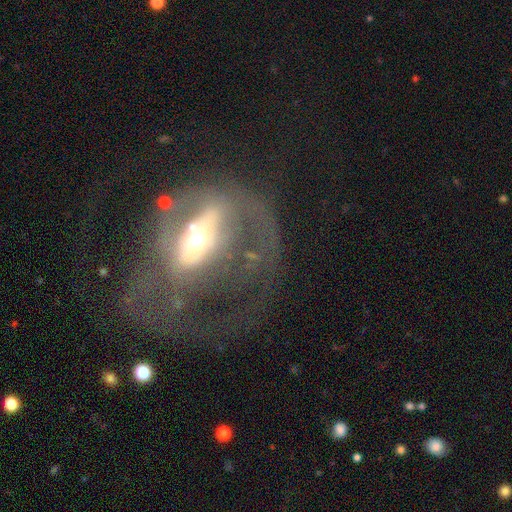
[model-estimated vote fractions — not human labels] Smooth or featured: featured or disk — 71% (smooth — 19%)
Edge-on disk: no — 92% (yes — 8%)
Bar: no — 38% (weak — 31%)
Spiral arms: yes — 51% (no — 49%)
Bulge size: moderate — 57% (small — 30%)
Merging: major disturbance — 55% (none — 26%)